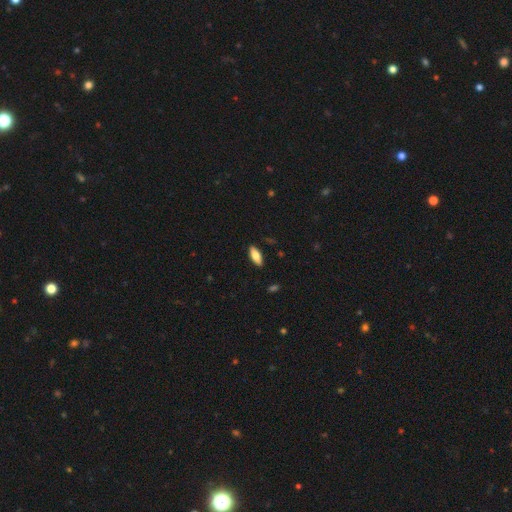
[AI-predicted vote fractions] smooth 77%, featured or disk 17%, star or artifact 6%. Down the decision tree: how rounded — in between (77%); merging — none (89%).